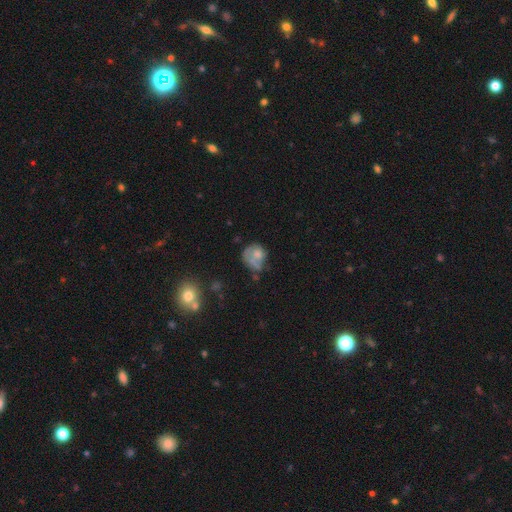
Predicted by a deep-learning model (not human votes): Morphology: type=smooth (54%); roundness=round (65%); merging=none (32%, tied with major disturbance).